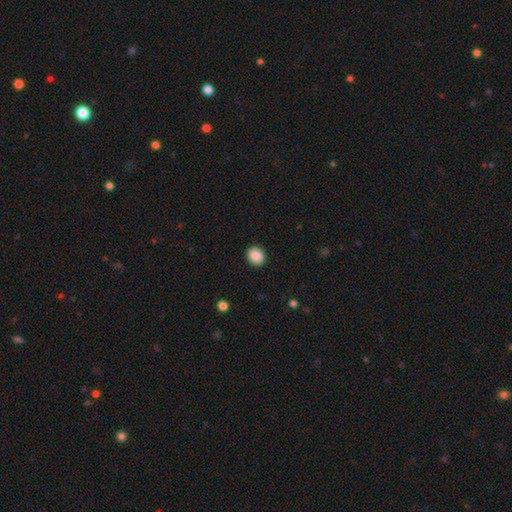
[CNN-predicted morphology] Smooth or featured?
  - smooth: 88% *
  - star or artifact: 8%
  - featured or disk: 4%
How rounded?
  - round: 65% *
  - in between: 35%
  - cigar-shaped: 1%
Merging?
  - none: 90% *
  - minor disturbance: 7%
  - major disturbance: 2%
  - merger: 1%